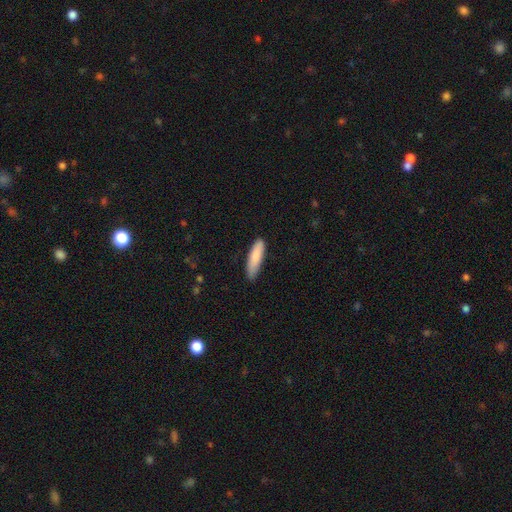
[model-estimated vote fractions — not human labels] The model was most divided on "how rounded": cigar-shaped: 65%, in between: 34%, round: 1%. More confident: smooth or featured — smooth (86%); merging — none (79%).